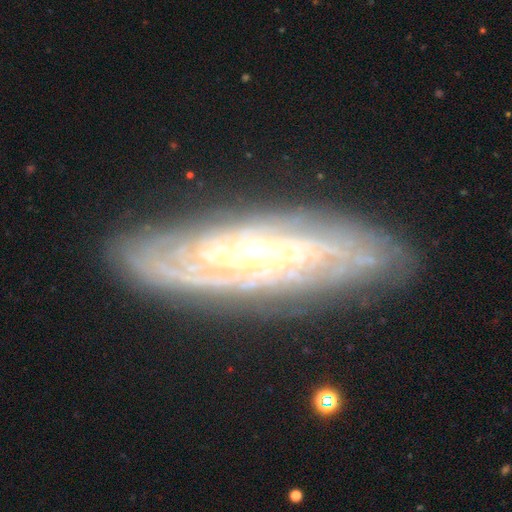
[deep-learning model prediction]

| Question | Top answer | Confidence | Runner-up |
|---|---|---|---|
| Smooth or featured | featured or disk | 86% | smooth (8%) |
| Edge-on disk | no | 80% | yes (20%) |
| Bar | no | 45% | weak (35%) |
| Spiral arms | yes | 96% | no (4%) |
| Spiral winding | tight | 74% | medium (22%) |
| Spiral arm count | can't tell | 41% | 2 (19%) |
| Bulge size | small | 52% | moderate (41%) |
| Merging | none | 82% | minor disturbance (13%) |